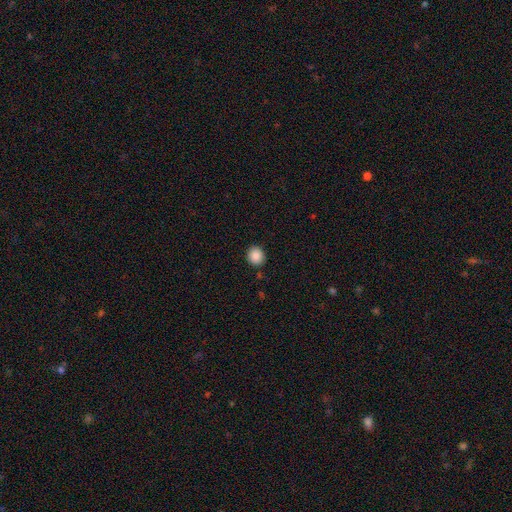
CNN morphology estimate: This appears to be a smooth galaxy with no disk features (88%) that is round (84%). Merging: none (89%).